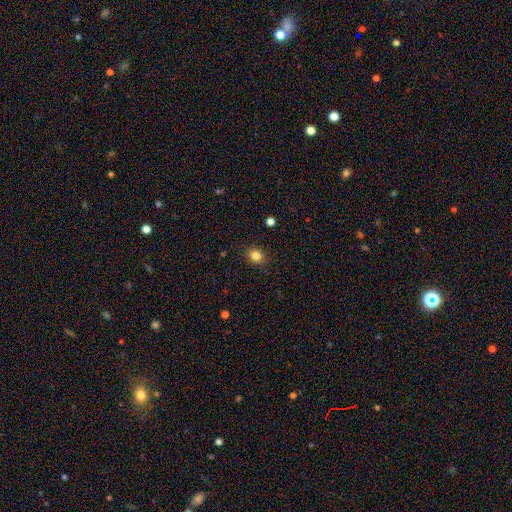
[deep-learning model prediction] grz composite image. It shows a smooth galaxy with no disk features (83%) that is round (57%). Merging: none (87%).